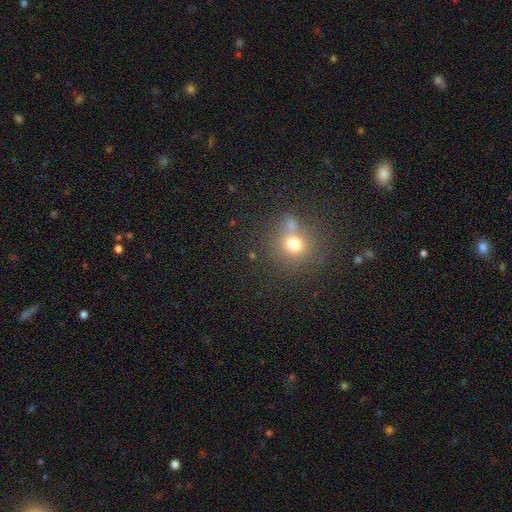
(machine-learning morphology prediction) A smooth galaxy with no disk features (59%) that is round (88%).

Vote fractions:
- Smooth or featured? smooth: 59% / star or artifact: 28% / featured or disk: 13%
- How rounded? round: 88% / in between: 11% / cigar-shaped: 1%
- Merging? none: 62% / merger: 26% / minor disturbance: 8% / major disturbance: 4%